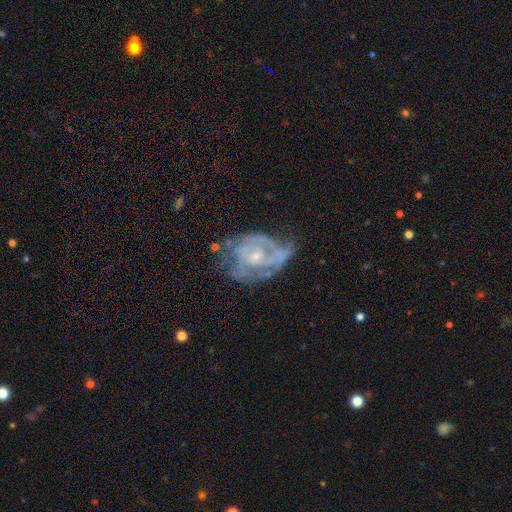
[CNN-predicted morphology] smooth-or-featured: featured or disk: 80% | smooth: 13% | star or artifact: 7%
  disk-edge-on: no: 97% | yes: 3%
    bar: no: 67% | weak: 28% | strong: 5%
    has-spiral-arms: yes: 79% | no: 21%
      spiral-winding: tight: 53% | medium: 35% | loose: 12%
      spiral-arm-count: can't tell: 41% | 2: 30% | 3: 15% | 1: 6% | 4: 5% | more than 4: 4%
    bulge-size: small: 61% | moderate: 32% | none: 5% | large: 2% | dominant: 1%
  merging: none: 45% | minor disturbance: 29% | major disturbance: 22% | merger: 4%